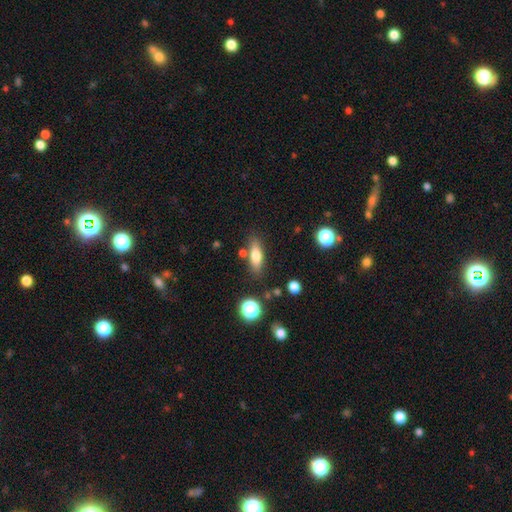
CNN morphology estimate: type=smooth (69%); roundness=in between (58%); merging=none (77%).